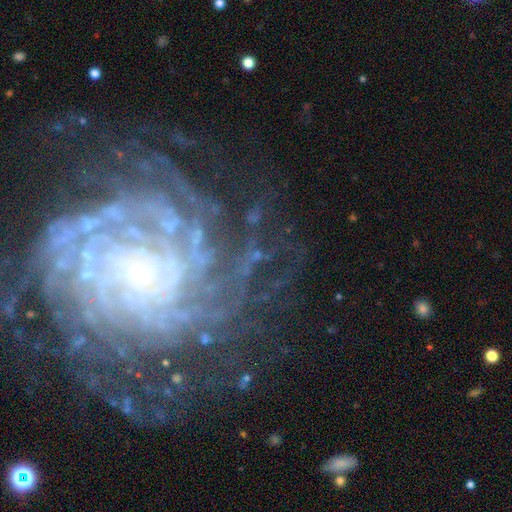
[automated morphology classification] Overall: featured or disk (68%). Edge-on disk: no (95%). Bar: no (42%; weak 31%). Spiral arms: yes (92%). Spiral arm count: can't tell (27%; 2 19%). Spiral winding: tight (61%; medium 29%). Bulge size: small (66%). Merging: none (63%).